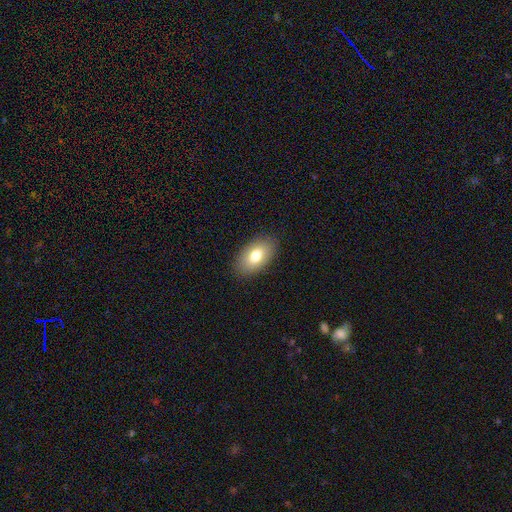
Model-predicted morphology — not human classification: smooth 77%, featured or disk 15%, star or artifact 7%. Down the decision tree: how rounded — in between (93%); merging — none (87%).